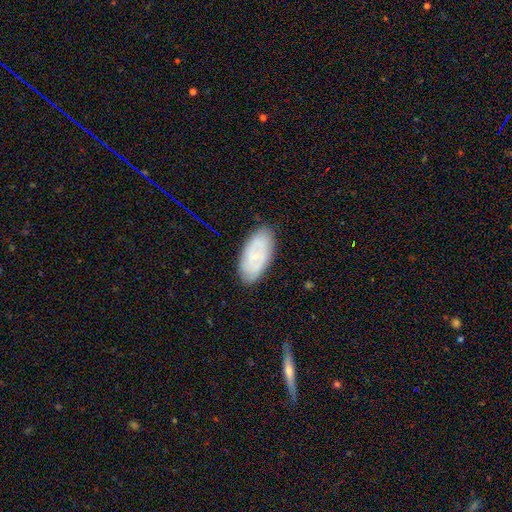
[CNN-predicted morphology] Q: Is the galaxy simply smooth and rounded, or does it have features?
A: featured or disk — 48%.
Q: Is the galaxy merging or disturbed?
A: none — 83%.